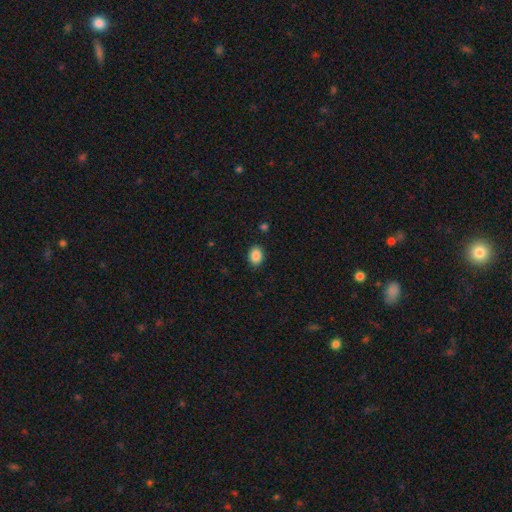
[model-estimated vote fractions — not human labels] This is clearly a smooth galaxy (87%). How rounded: likely in between (65%). Merging: clearly none (88%).